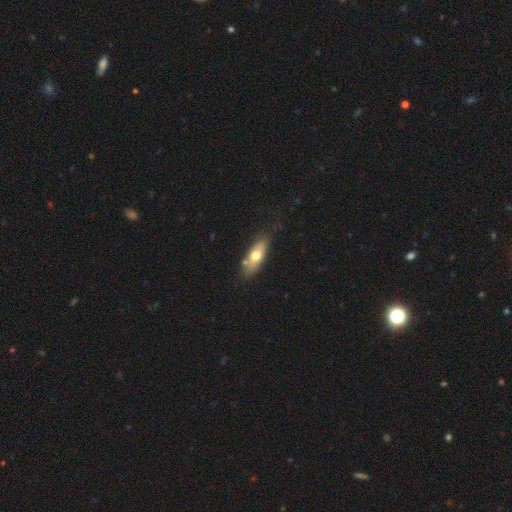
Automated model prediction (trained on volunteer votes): The model was most divided on "smooth or featured": smooth: 61%, featured or disk: 32%, star or artifact: 6%. More confident: merging — none (68%); how rounded — in between (66%).